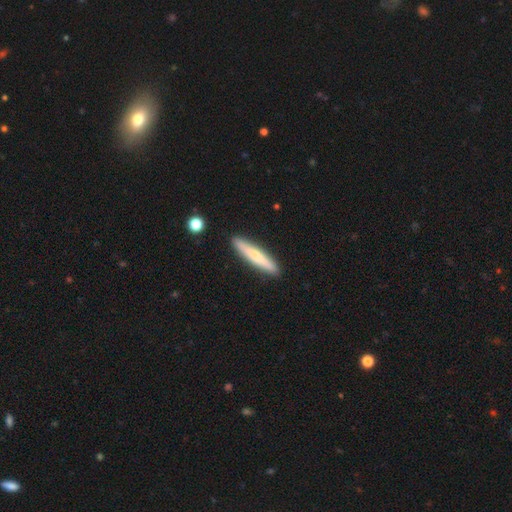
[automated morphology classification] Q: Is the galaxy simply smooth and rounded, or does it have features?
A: smooth — 60%.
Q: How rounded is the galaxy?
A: cigar-shaped — 91%.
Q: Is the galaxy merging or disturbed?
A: none — 90%.